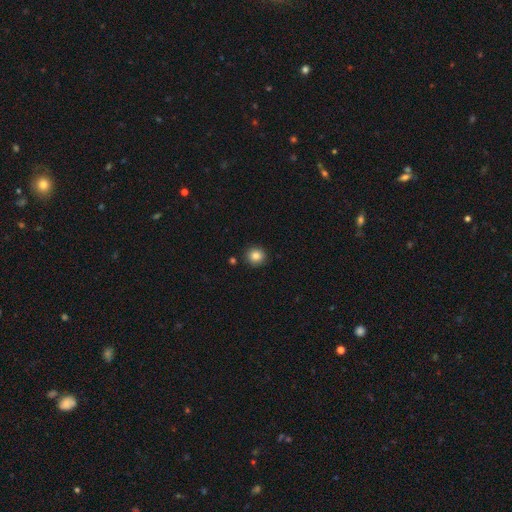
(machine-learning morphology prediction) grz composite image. It shows a smooth galaxy with no disk features (85%) that is round (93%). Merging: none (90%).